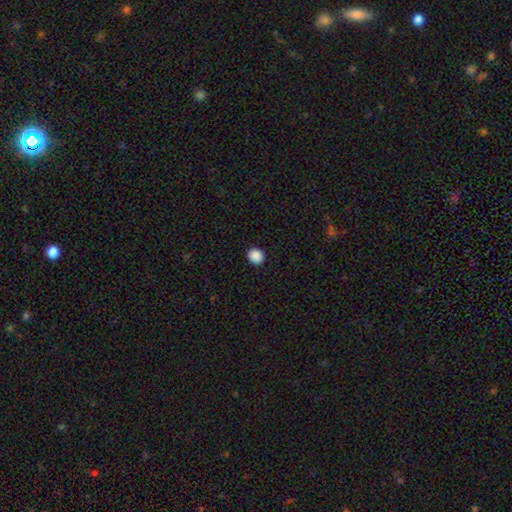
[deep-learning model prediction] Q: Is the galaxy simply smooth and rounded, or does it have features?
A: smooth — 89%.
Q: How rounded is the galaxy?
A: round — 72%.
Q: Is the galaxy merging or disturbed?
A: none — 92%.